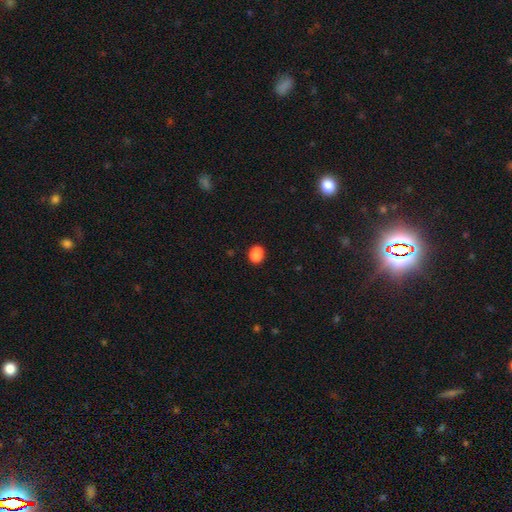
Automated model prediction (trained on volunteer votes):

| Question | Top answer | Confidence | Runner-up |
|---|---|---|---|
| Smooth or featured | smooth | 81% | star or artifact (11%) |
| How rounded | in between | 56% | round (42%) |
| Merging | none | 63% | merger (18%) |